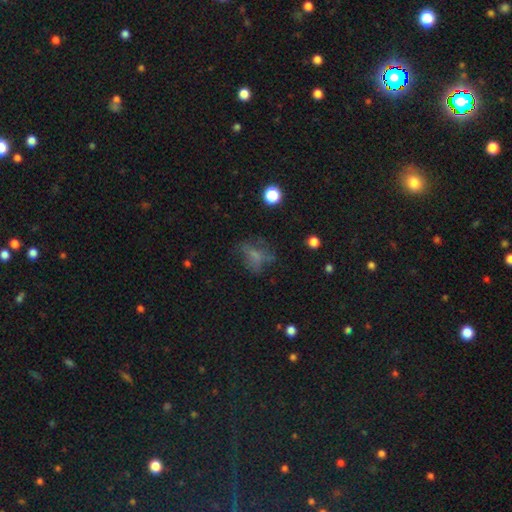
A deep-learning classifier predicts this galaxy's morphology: Smooth or featured? smooth (47%)
Merging? none (48%)